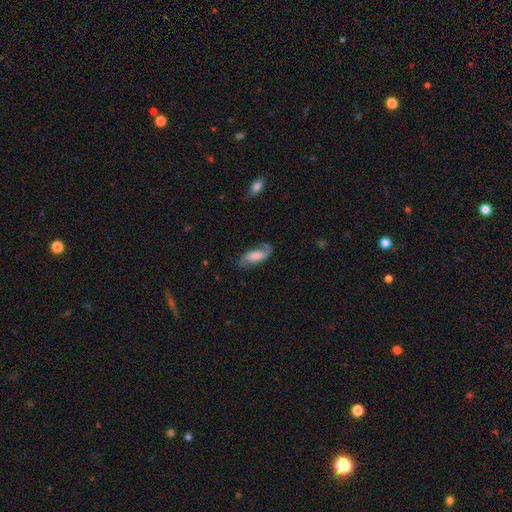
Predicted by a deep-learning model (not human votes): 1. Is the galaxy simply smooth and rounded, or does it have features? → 52% featured or disk, 41% smooth, 7% star or artifact.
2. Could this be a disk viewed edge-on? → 91% no, 9% yes.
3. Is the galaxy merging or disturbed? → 66% none, 21% minor disturbance, 10% major disturbance, 2% merger.